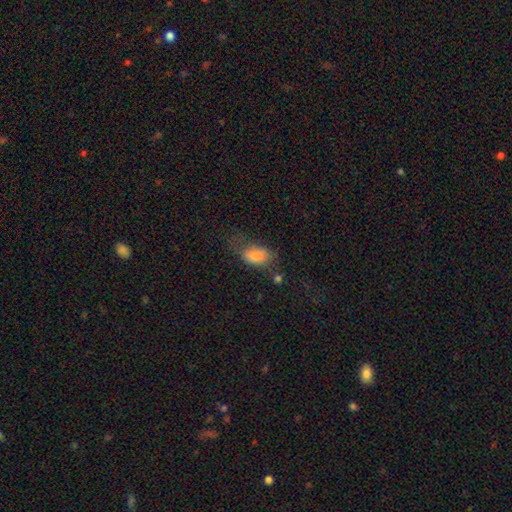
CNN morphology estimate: smooth-or-featured: smooth: 79% | featured or disk: 12% | star or artifact: 9%
  how-rounded: in between: 87% | round: 10% | cigar-shaped: 2%
  merging: none: 39% | minor disturbance: 30% | major disturbance: 25% | merger: 6%